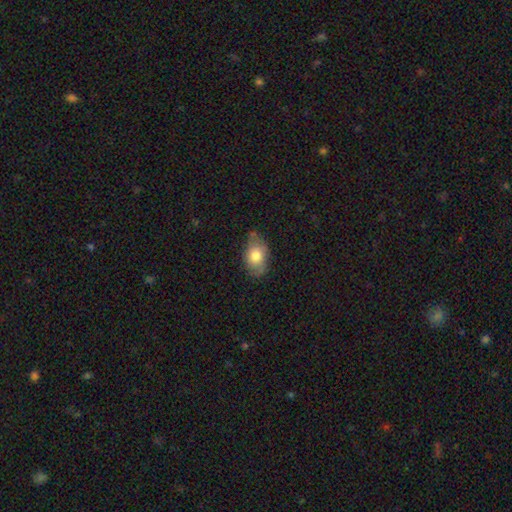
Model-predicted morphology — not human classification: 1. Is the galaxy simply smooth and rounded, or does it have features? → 75% smooth, 18% featured or disk, 7% star or artifact.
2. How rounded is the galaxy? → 88% in between, 11% round, 2% cigar-shaped.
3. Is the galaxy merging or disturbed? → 66% none, 26% minor disturbance, 5% major disturbance, 2% merger.